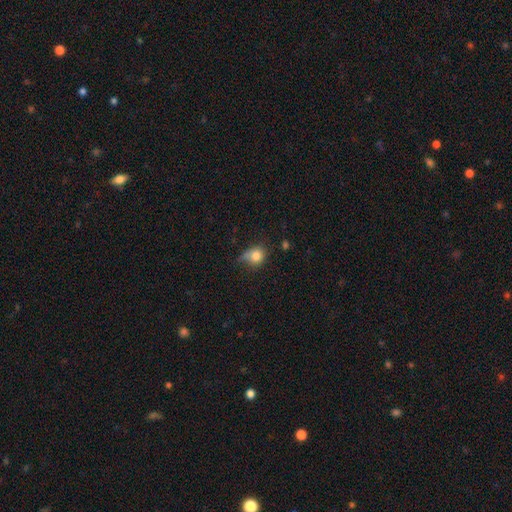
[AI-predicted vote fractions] smooth_or_featured: smooth (p=0.80) [alt: featured or disk p=0.10]
how_rounded: round (p=0.70) [alt: in between p=0.29]
merging: none (p=0.43) [alt: minor disturbance p=0.36]